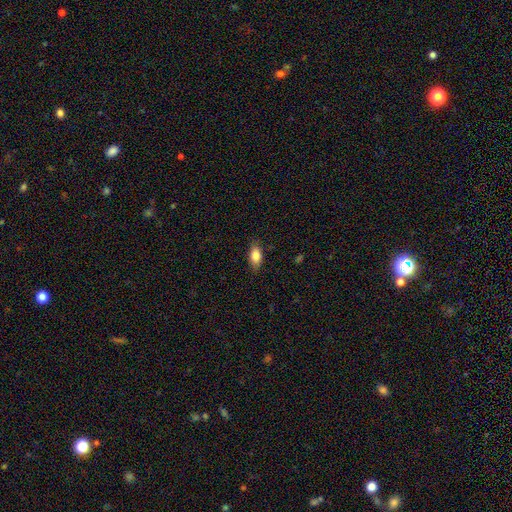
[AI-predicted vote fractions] Overall: smooth (82%). How rounded: in between (87%). Merging: none (83%).